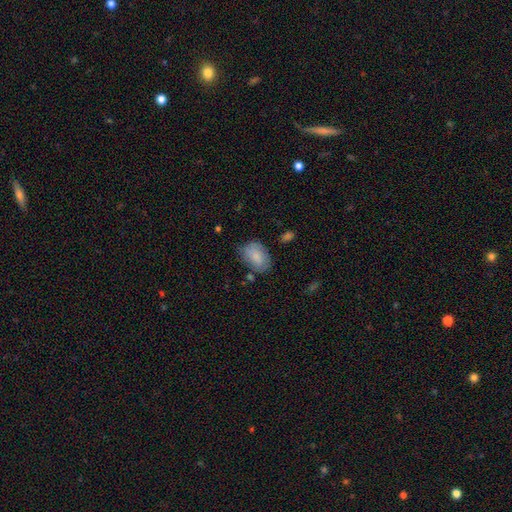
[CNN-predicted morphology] smooth-or-featured: smooth: 81% | featured or disk: 13% | star or artifact: 6%
  how-rounded: in between: 88% | round: 10% | cigar-shaped: 1%
  merging: none: 67% | minor disturbance: 23% | major disturbance: 6% | merger: 4%